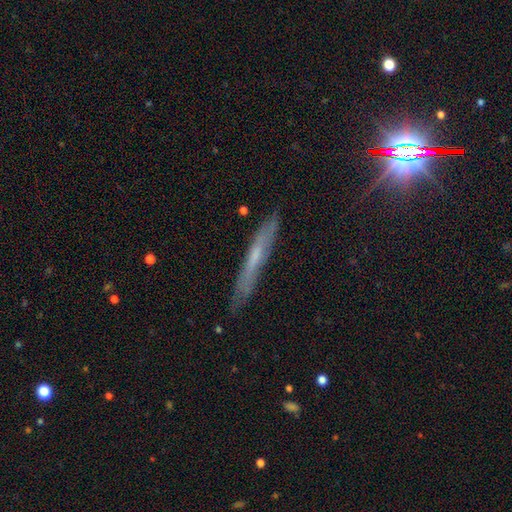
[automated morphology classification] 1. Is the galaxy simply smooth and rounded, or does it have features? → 50% featured or disk, 41% smooth, 9% star or artifact.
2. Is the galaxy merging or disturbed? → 79% none, 17% minor disturbance, 3% major disturbance, 2% merger.